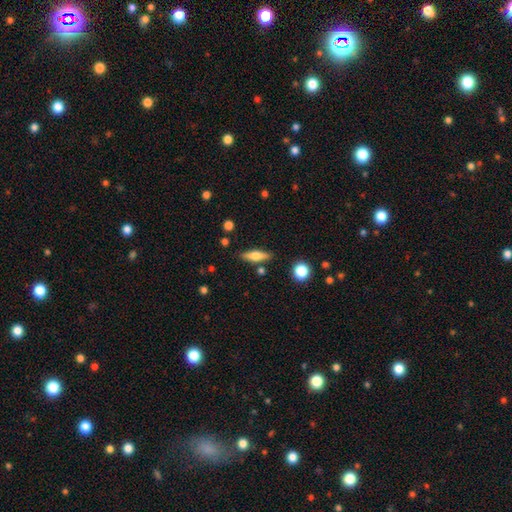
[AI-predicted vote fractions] Smooth or featured? Predicted: smooth (p=0.54). How rounded? Predicted: cigar-shaped (p=0.59). Merging? Predicted: none (p=0.82).